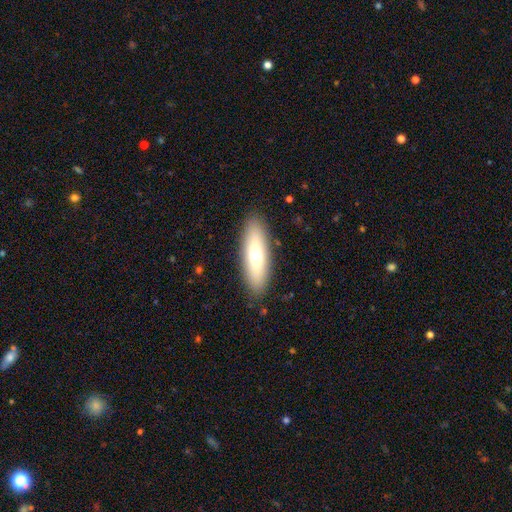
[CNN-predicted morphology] smooth_or_featured: smooth (p=0.64) [alt: featured or disk p=0.30]
how_rounded: in between (p=0.51) [alt: cigar-shaped p=0.47]
merging: none (p=0.88) [alt: minor disturbance p=0.08]